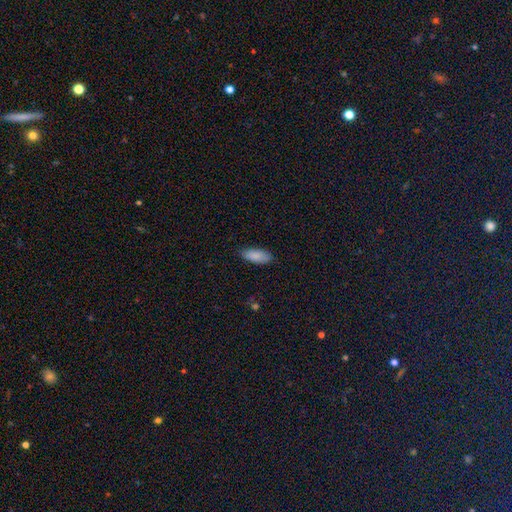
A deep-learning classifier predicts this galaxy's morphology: type=smooth (88%); roundness=in between (82%); merging=none (85%).